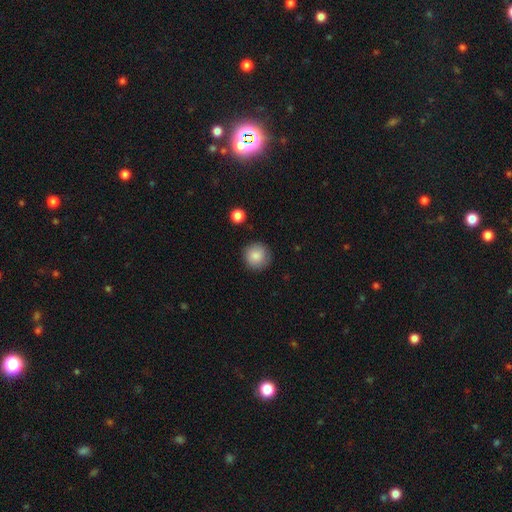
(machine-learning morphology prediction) smooth 87%, star or artifact 8%, featured or disk 5%. Down the decision tree: how rounded — round (94%); merging — none (88%).